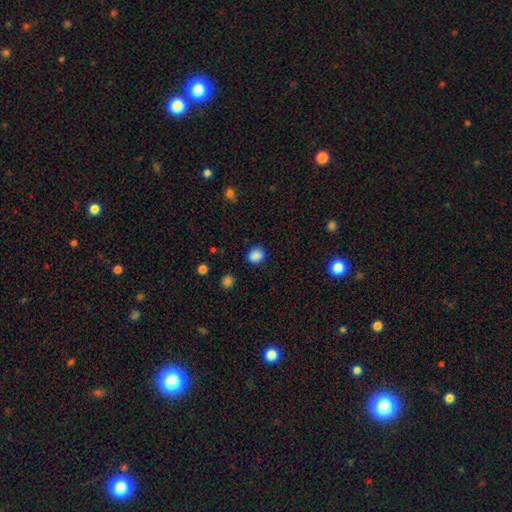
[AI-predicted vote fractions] Smooth or featured? Predicted: smooth (p=0.85). How rounded? Predicted: round (p=0.70). Merging? Predicted: none (p=0.83).